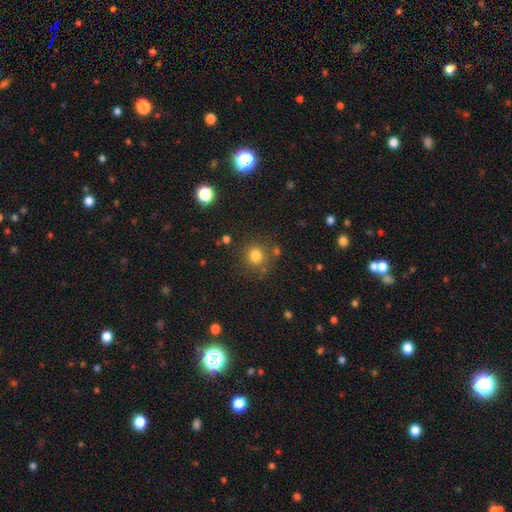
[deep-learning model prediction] Morphology: type=smooth (78%); roundness=round (91%); merging=none (78%).